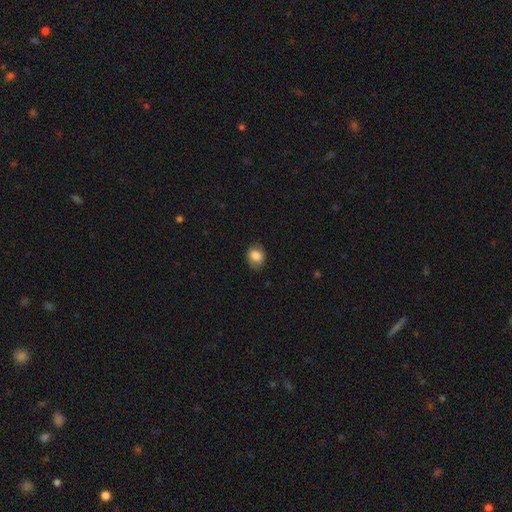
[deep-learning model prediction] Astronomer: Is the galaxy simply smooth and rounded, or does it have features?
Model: smooth — 83%.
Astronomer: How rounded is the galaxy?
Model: round — 50% (runner-up: in between, 49%).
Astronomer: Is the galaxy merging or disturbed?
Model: none — 78%.